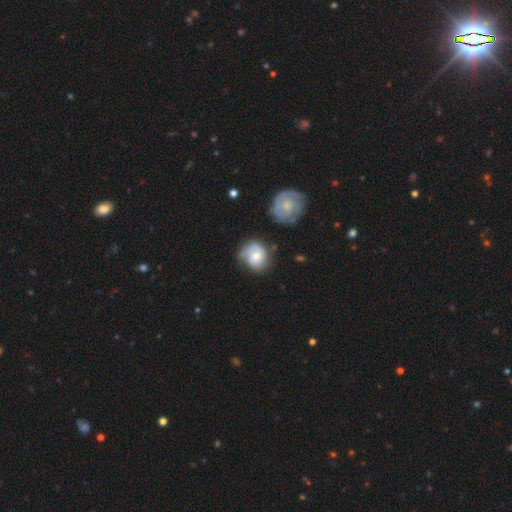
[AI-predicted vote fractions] smooth_or_featured: smooth (p=0.47) [alt: featured or disk p=0.46]
merging: none (p=0.55) [alt: minor disturbance p=0.27]